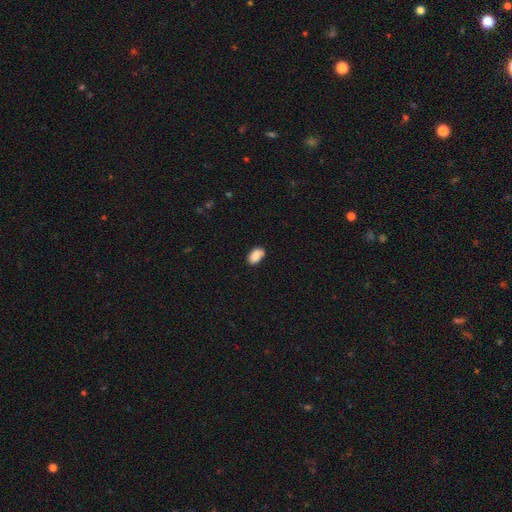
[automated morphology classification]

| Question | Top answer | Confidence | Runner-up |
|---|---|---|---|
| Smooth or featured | smooth | 85% | star or artifact (8%) |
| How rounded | in between | 90% | round (8%) |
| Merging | none | 71% | minor disturbance (21%) |